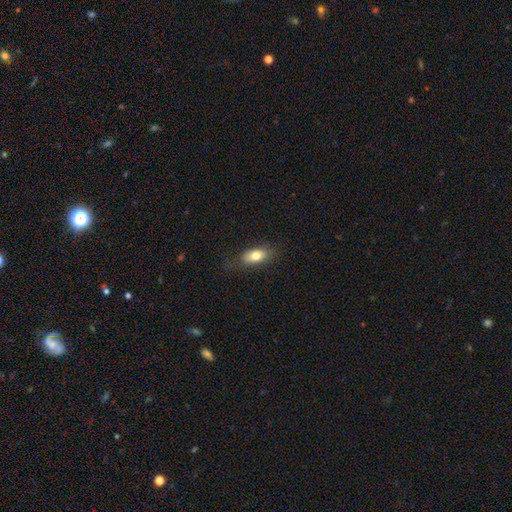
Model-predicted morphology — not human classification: Smooth or featured: smooth — 80% (featured or disk — 13%)
How rounded: in between — 86% (cigar-shaped — 9%)
Merging: none — 75% (minor disturbance — 18%)